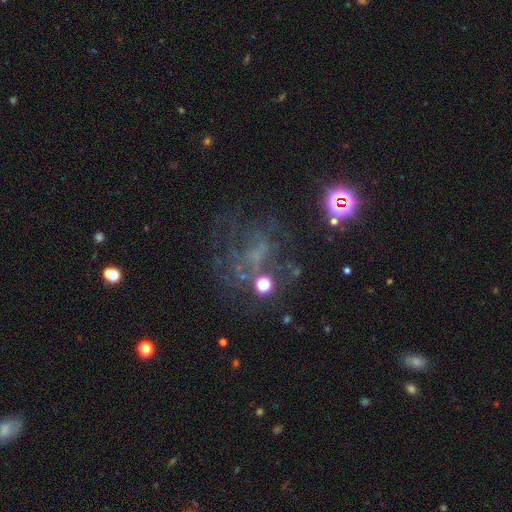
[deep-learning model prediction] Overall: featured or disk (43%; star or artifact 38%). Merging: none (50%; major disturbance 28%).